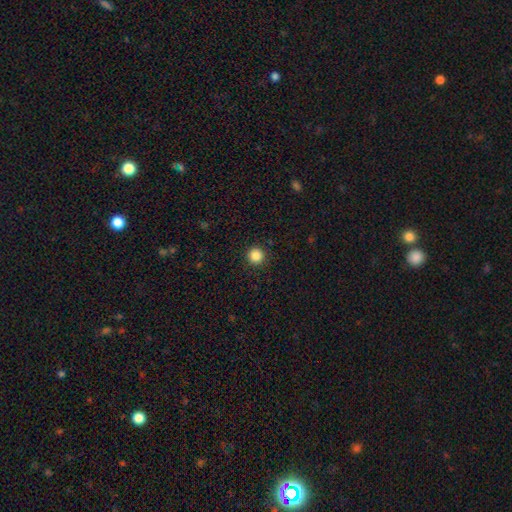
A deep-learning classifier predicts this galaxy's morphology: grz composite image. It shows a smooth galaxy with no disk features (87%) that is round (96%). Merging: none (93%).